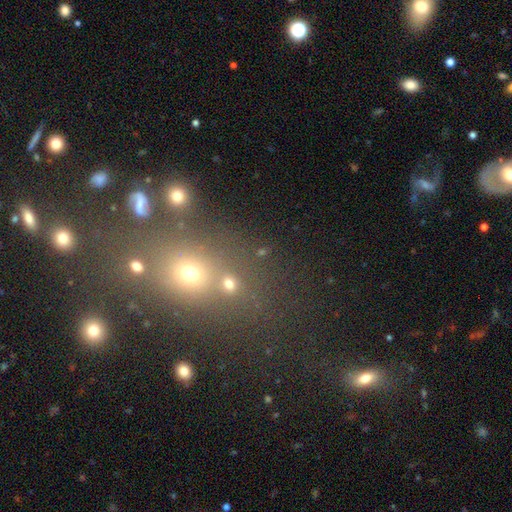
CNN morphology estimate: Overall: smooth (46%; star or artifact 40%). Merging: none (68%).